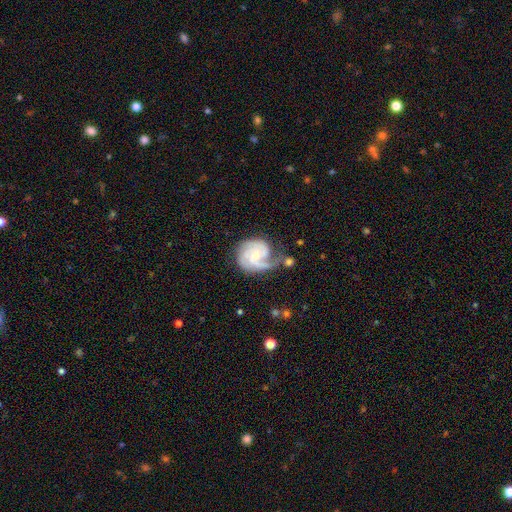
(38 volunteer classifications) Morphology: type=featured or disk (92%); edge-on=no (97%); bar=no (68%); spiral arms=yes (94%); winding=medium (47%); arm count=3 (41%); bulge=small (68%); merging=minor disturbance (42%).